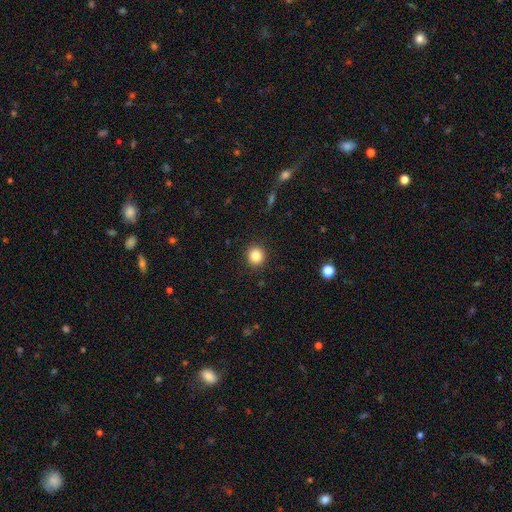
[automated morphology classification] smooth-or-featured: smooth: 85% | star or artifact: 11% | featured or disk: 5%
  how-rounded: round: 89% | in between: 11% | cigar-shaped: 1%
  merging: none: 91% | minor disturbance: 6% | major disturbance: 2% | merger: 1%